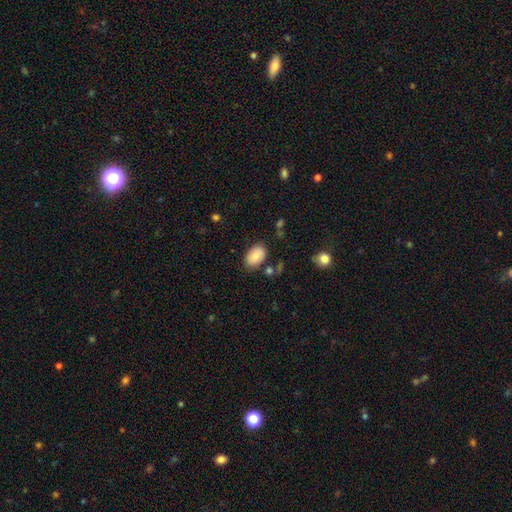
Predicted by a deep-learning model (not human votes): The model was most divided on "merging": none: 79%, minor disturbance: 14%, merger: 4%, major disturbance: 4%. More confident: how rounded — in between (91%); smooth or featured — smooth (86%).